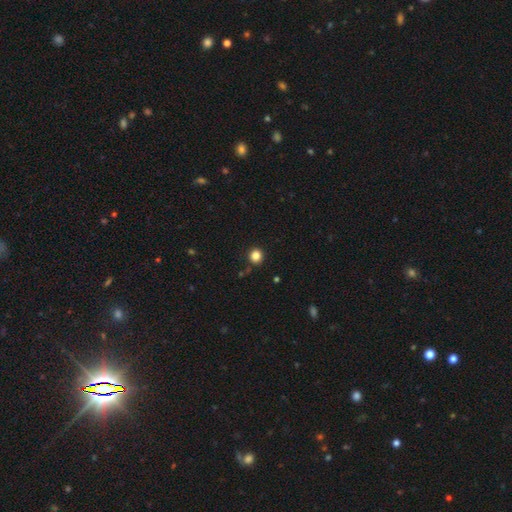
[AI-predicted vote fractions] smooth 84%, star or artifact 12%, featured or disk 4%. Down the decision tree: how rounded — round (88%); merging — none (89%).